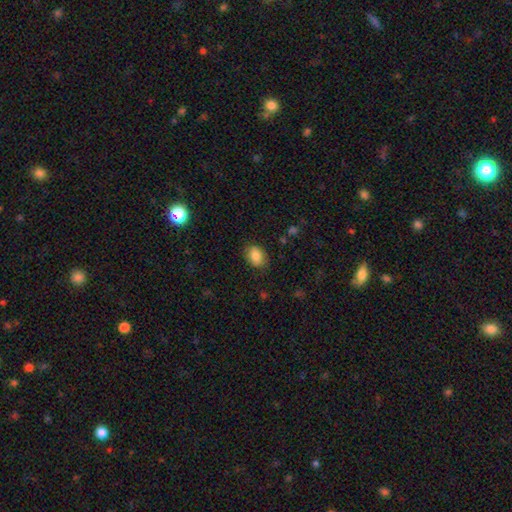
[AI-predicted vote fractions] Q: Smooth or featured?
A: smooth (83%); runner-up: featured or disk (9%)
Q: How rounded?
A: in between (77%); runner-up: round (22%)
Q: Merging?
A: none (81%); runner-up: minor disturbance (14%)